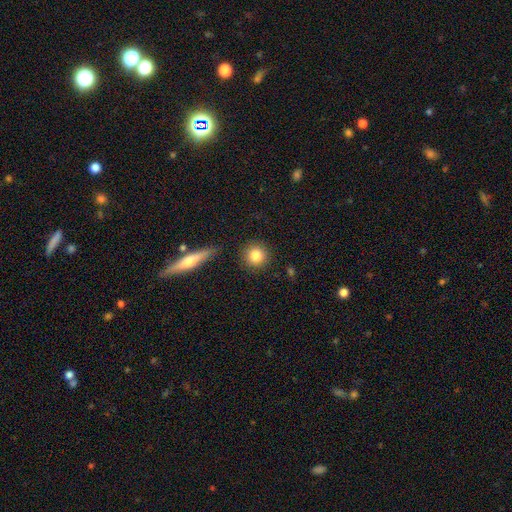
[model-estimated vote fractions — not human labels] Morphology: type=smooth (83%); roundness=round (93%); merging=none (88%).